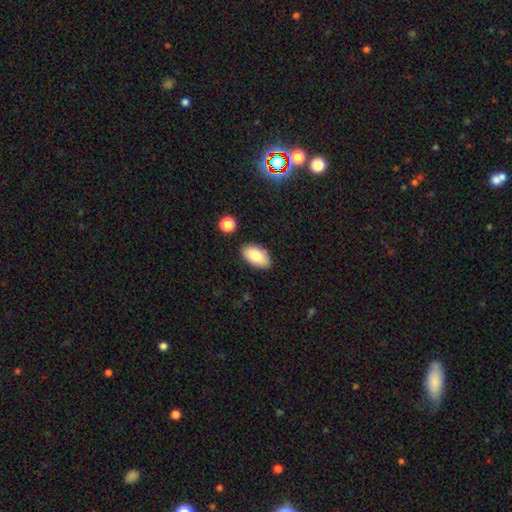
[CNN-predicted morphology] smooth-or-featured: smooth: 82% | featured or disk: 11% | star or artifact: 7%
  how-rounded: in between: 95% | round: 3% | cigar-shaped: 2%
  merging: none: 86% | minor disturbance: 10% | merger: 2% | major disturbance: 2%